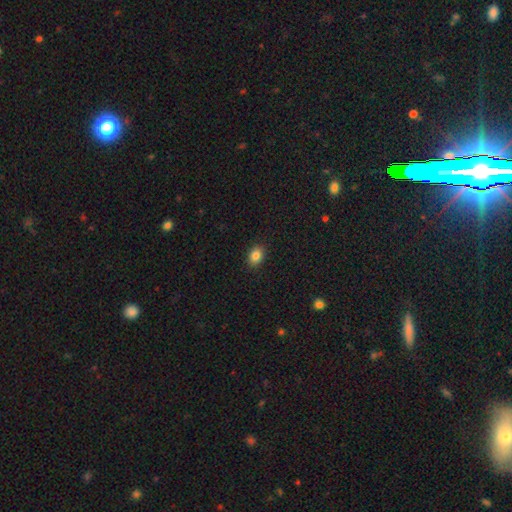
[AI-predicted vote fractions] Smooth or featured: smooth — 85% (star or artifact — 9%)
How rounded: in between — 69% (round — 30%)
Merging: none — 90% (minor disturbance — 8%)